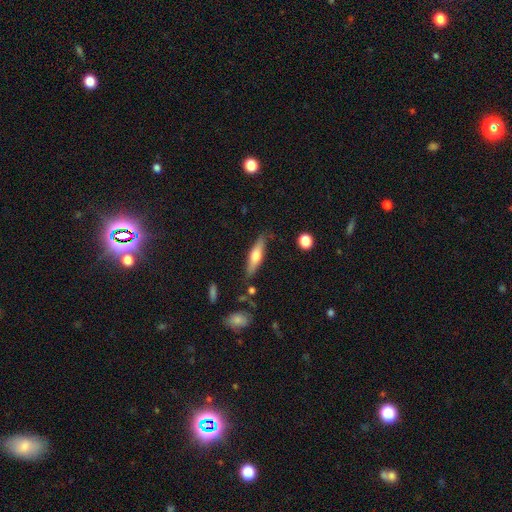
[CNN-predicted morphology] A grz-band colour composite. It shows a smooth galaxy with no disk features (52%) that is cigar-shaped (69%). Merging: none (81%).